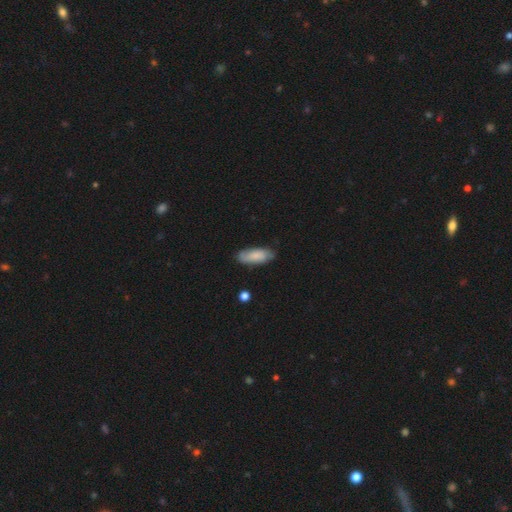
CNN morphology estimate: Overall: smooth (73%). How rounded: in between (78%). Merging: none (76%).